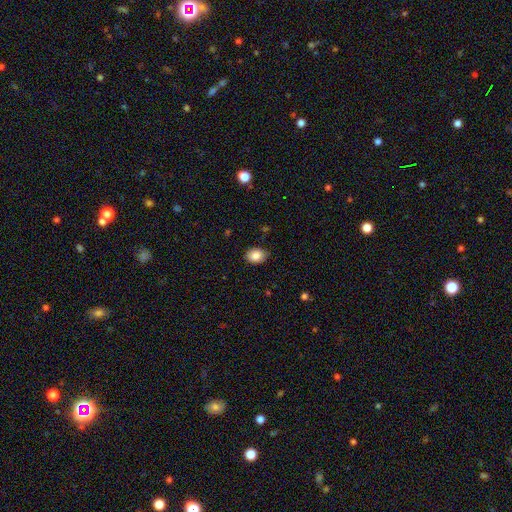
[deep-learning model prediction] A smooth galaxy with no disk features (85%) that is in between round and cigar-shaped (69%). Merging: none (83%).